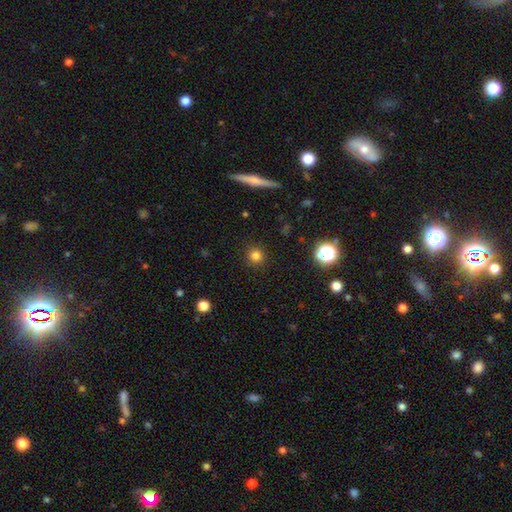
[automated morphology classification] The model was most divided on "smooth or featured": smooth: 79%, star or artifact: 15%, featured or disk: 6%. More confident: how rounded — round (93%); merging — none (90%).